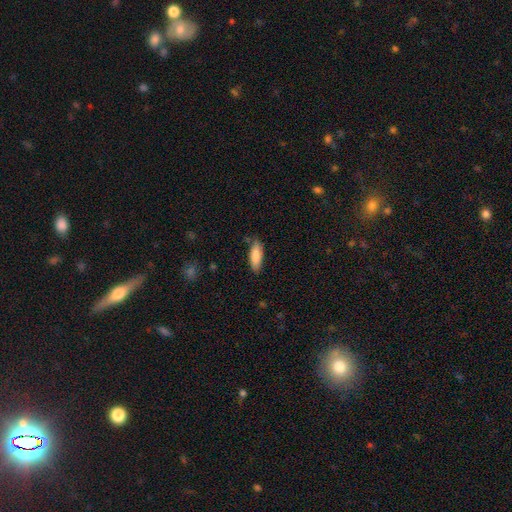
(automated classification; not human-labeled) Smooth or featured? smooth (85%)
How rounded? in between (61%)
Merging? none (80%)